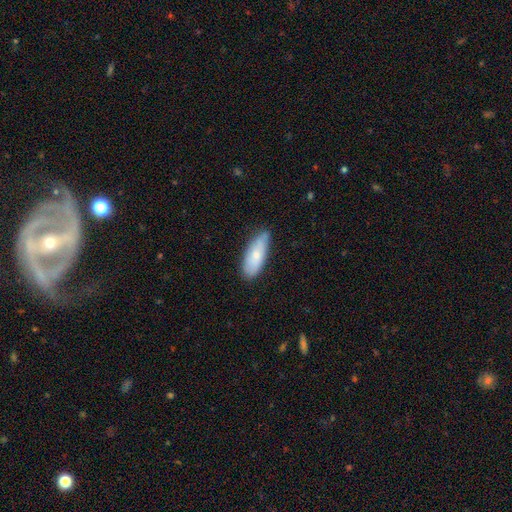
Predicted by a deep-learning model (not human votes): Smooth or featured? Predicted: smooth (p=0.74). How rounded? Predicted: in between (p=0.73). Merging? Predicted: none (p=0.71).